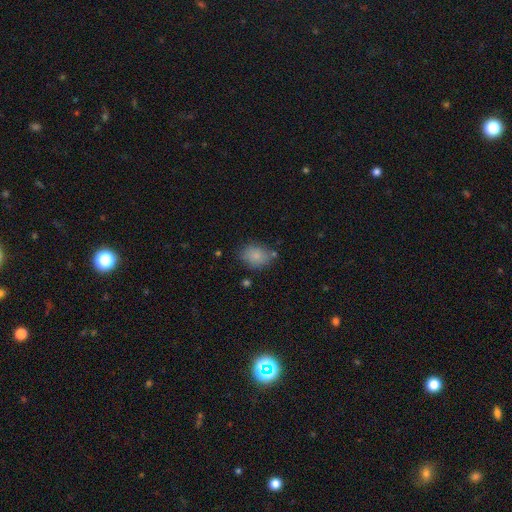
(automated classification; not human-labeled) Smooth or featured? Predicted: smooth (p=0.82). How rounded? Predicted: in between (p=0.61). Merging? Predicted: none (p=0.71).